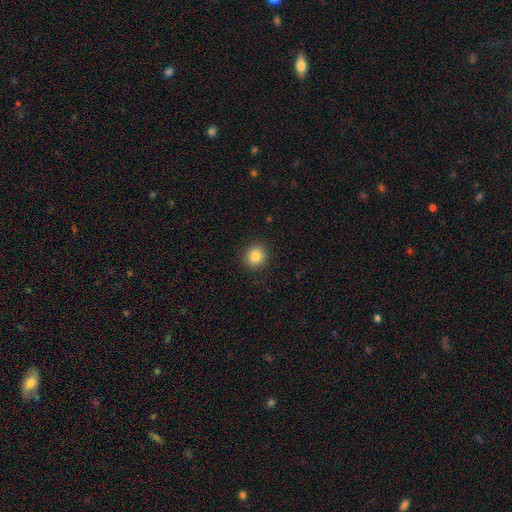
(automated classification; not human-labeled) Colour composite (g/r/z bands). It shows a smooth galaxy with no disk features (84%) that is round (90%). Merging: none (91%).